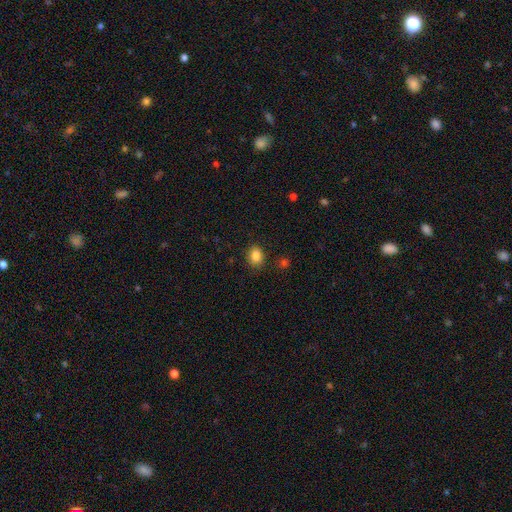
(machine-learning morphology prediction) The model was most divided on "how rounded": in between: 58%, round: 41%, cigar-shaped: 1%. More confident: smooth or featured — smooth (85%); merging — none (85%).